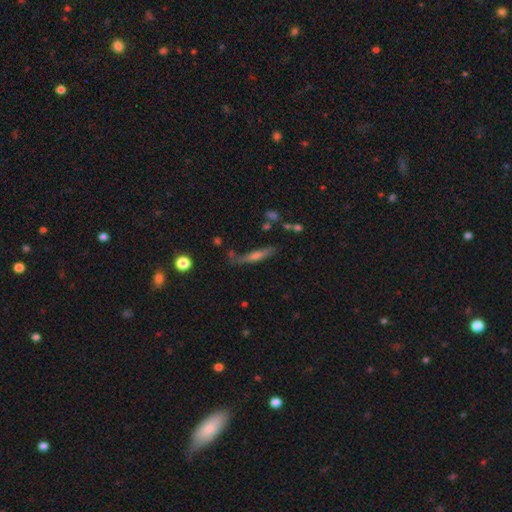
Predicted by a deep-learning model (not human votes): Morphology: type=featured or disk (47%); merging=none (64%).